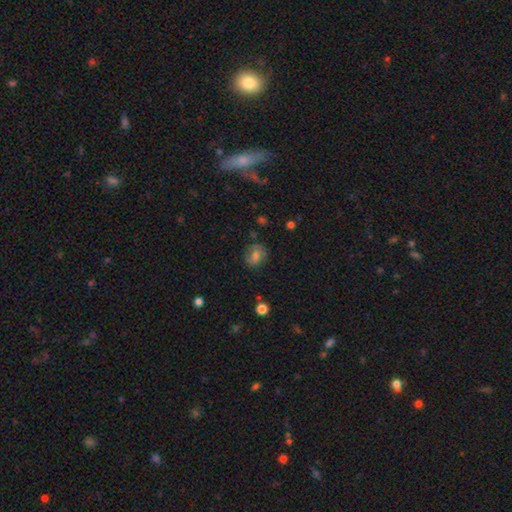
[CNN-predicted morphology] smooth-or-featured: smooth: 57% | featured or disk: 32% | star or artifact: 11%
  how-rounded: round: 68% | in between: 30% | cigar-shaped: 1%
  merging: none: 73% | minor disturbance: 19% | major disturbance: 6% | merger: 2%